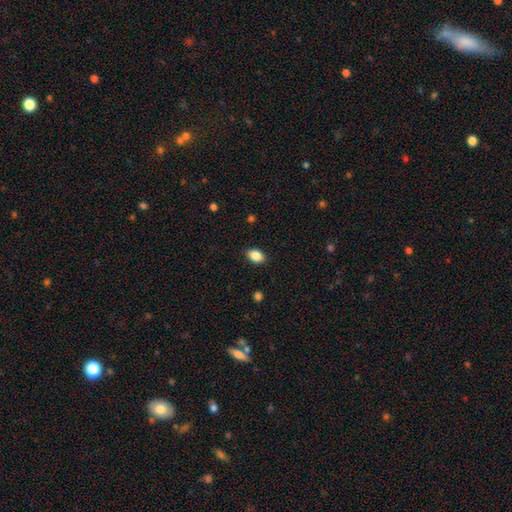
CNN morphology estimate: This is clearly a smooth galaxy (87%). How rounded: clearly in between (86%). Merging: clearly none (88%).